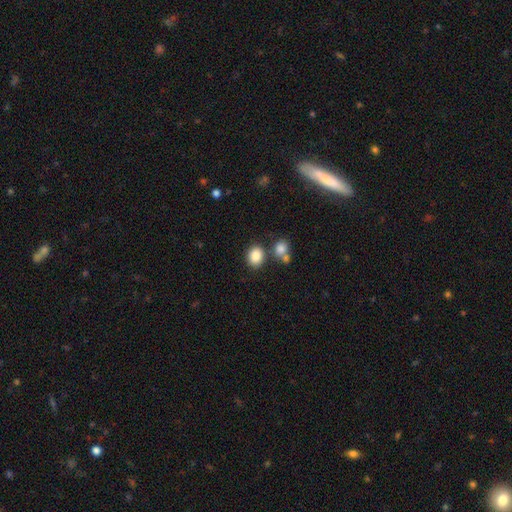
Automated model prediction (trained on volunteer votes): A smooth galaxy with no disk features (85%) that is round (56%).

Vote fractions:
- Smooth or featured? smooth: 85% / star or artifact: 9% / featured or disk: 5%
- How rounded? round: 56% / in between: 43% / cigar-shaped: 1%
- Merging? none: 72% / merger: 15% / minor disturbance: 10% / major disturbance: 3%